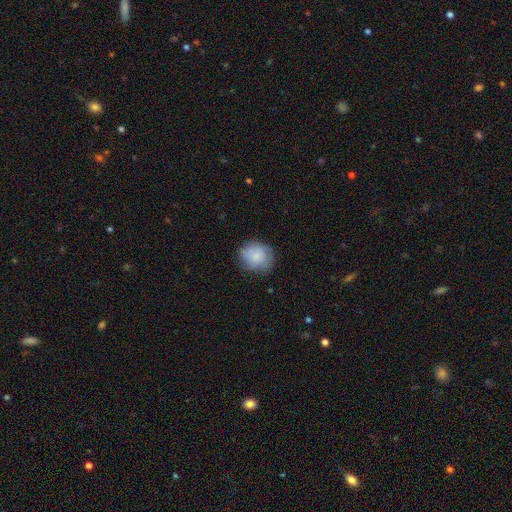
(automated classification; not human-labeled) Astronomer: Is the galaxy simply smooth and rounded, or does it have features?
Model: smooth — 76%.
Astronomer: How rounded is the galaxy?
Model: round — 78%.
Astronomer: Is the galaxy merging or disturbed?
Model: none — 76%.